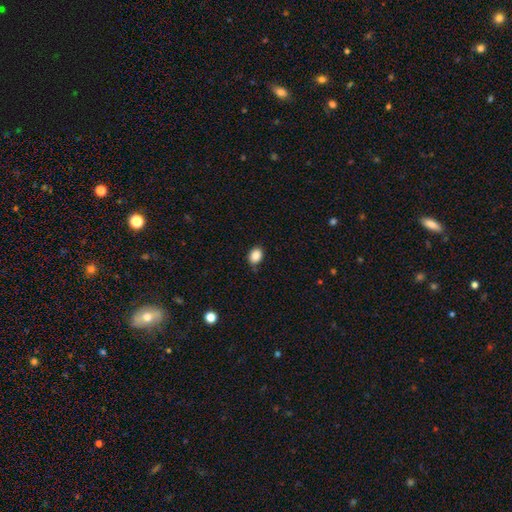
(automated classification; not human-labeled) Smooth or featured? smooth (88%)
How rounded? in between (66%)
Merging? none (77%)